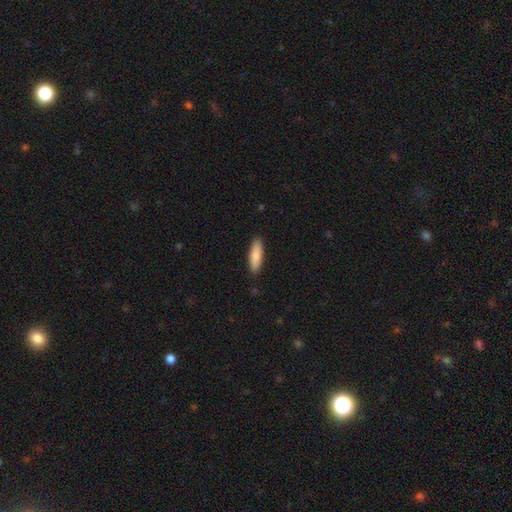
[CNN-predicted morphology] Smooth or featured? smooth (84%)
How rounded? cigar-shaped (53%)
Merging? none (89%)